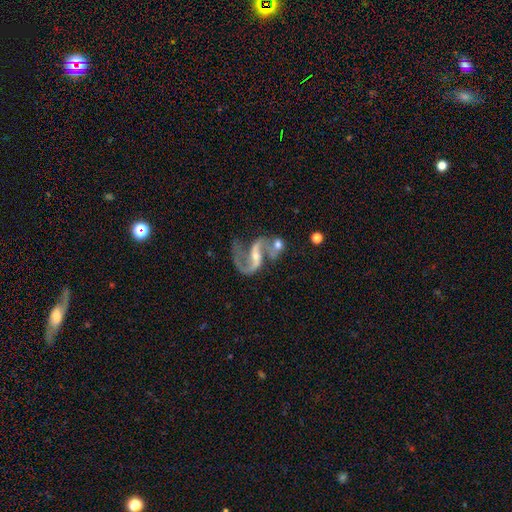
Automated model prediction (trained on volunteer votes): Smooth or featured?
  - featured or disk: 89% *
  - star or artifact: 6%
  - smooth: 5%
Edge-on disk?
  - no: 97% *
  - yes: 3%
Bar?
  - weak: 39% *
  - strong: 38%
  - no: 23%
Spiral arms?
  - yes: 95% *
  - no: 5%
Spiral winding?
  - loose: 63% *
  - medium: 31%
  - tight: 6%
Spiral arm count?
  - 2: 86% *
  - 1: 9%
  - can't tell: 2%
  - 3: 1%
  - 4: 1%
  - more than 4: 1%
Bulge size?
  - small: 59% *
  - moderate: 33%
  - none: 6%
  - large: 2%
  - dominant: 1%
Merging?
  - none: 38% *
  - merger: 28%
  - major disturbance: 18%
  - minor disturbance: 16%